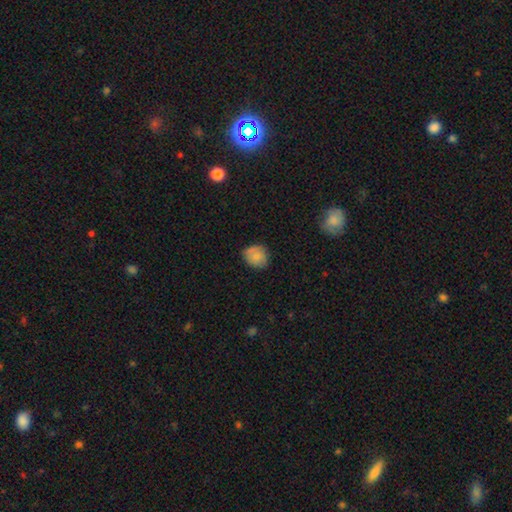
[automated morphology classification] smooth-or-featured: smooth: 80% | featured or disk: 11% | star or artifact: 8%
  how-rounded: round: 71% | in between: 28% | cigar-shaped: 1%
  merging: none: 72% | minor disturbance: 23% | major disturbance: 4% | merger: 1%